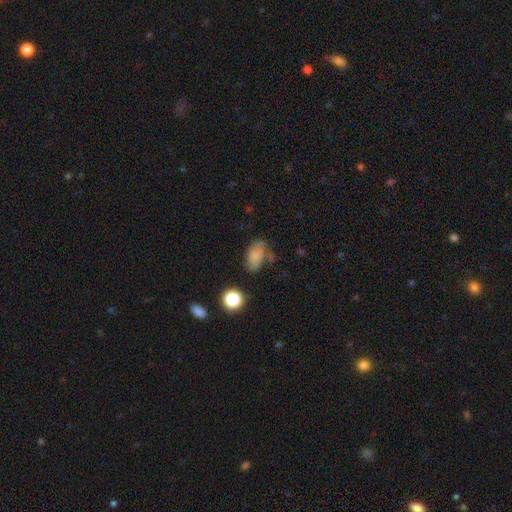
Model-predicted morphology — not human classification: A smooth galaxy with no disk features (73%) that is in between round and cigar-shaped (87%). Merging: none (52%).